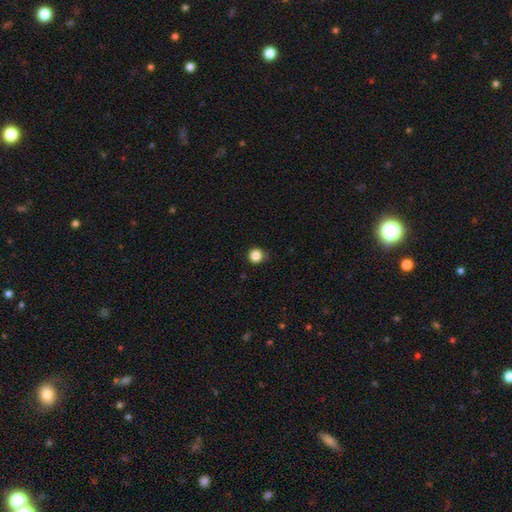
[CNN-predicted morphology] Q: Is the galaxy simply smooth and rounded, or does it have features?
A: smooth — 86%.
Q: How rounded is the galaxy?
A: round — 95%.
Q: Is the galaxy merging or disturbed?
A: none — 86%.